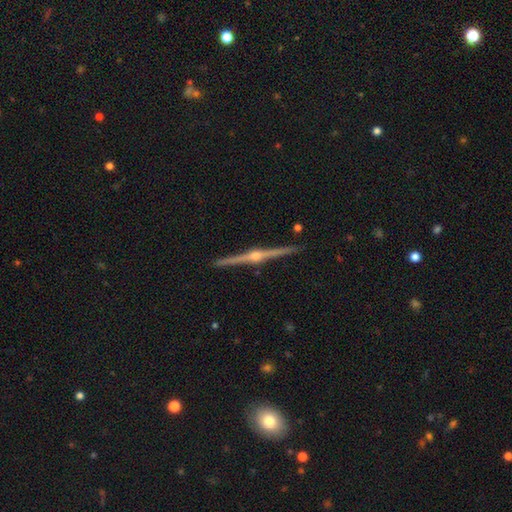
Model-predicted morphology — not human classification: Smooth or featured: featured or disk — 89% (smooth — 6%)
Edge-on disk: yes — 99% (no — 1%)
Edge-on bulge: rounded — 92% (boxy — 4%)
Merging: none — 93% (minor disturbance — 5%)